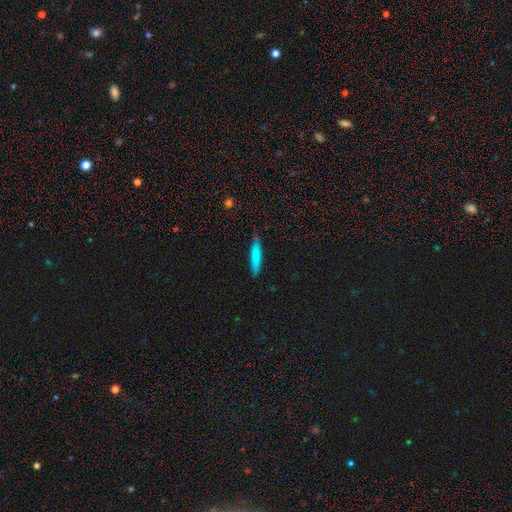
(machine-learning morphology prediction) Smooth or featured: smooth — 79% (featured or disk — 15%)
How rounded: cigar-shaped — 88% (in between — 11%)
Merging: none — 79% (minor disturbance — 17%)